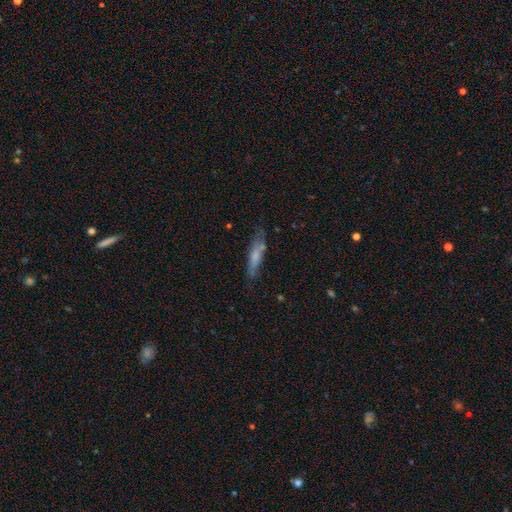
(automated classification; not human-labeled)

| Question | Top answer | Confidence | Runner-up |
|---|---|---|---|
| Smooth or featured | smooth | 61% | featured or disk (31%) |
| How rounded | cigar-shaped | 77% | in between (21%) |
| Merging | none | 65% | minor disturbance (22%) |